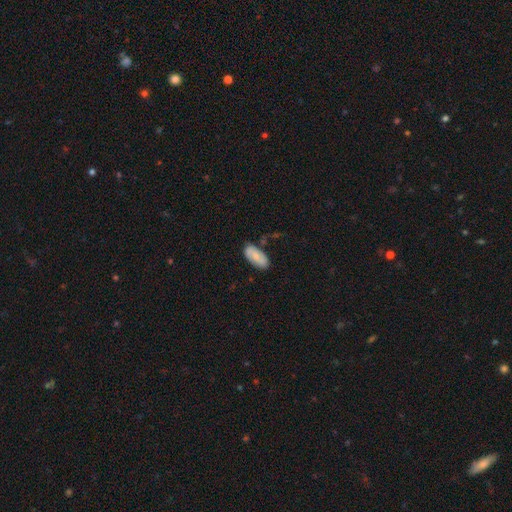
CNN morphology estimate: type=smooth (74%); roundness=in between (91%); merging=none (76%).